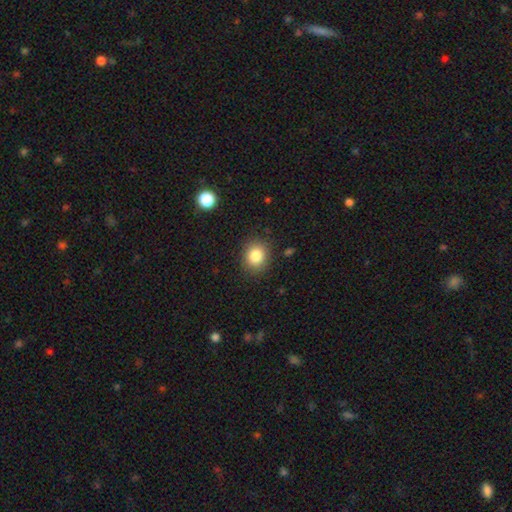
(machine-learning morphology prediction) This is clearly a smooth galaxy (83%). How rounded: likely round (71%). Merging: clearly none (87%).